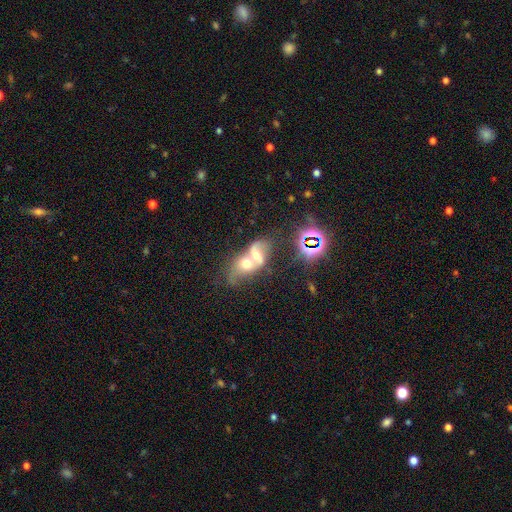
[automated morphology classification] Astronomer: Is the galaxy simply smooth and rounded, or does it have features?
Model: featured or disk — 45% (runner-up: smooth, 37%).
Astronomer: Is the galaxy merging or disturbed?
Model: merger — 74%.